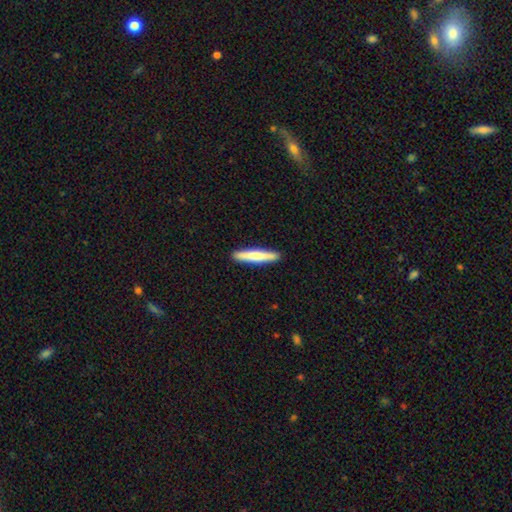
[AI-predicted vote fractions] smooth_or_featured: smooth (p=0.70) [alt: featured or disk p=0.25]
how_rounded: cigar-shaped (p=0.93) [alt: in between p=0.05]
merging: none (p=0.91) [alt: minor disturbance p=0.06]